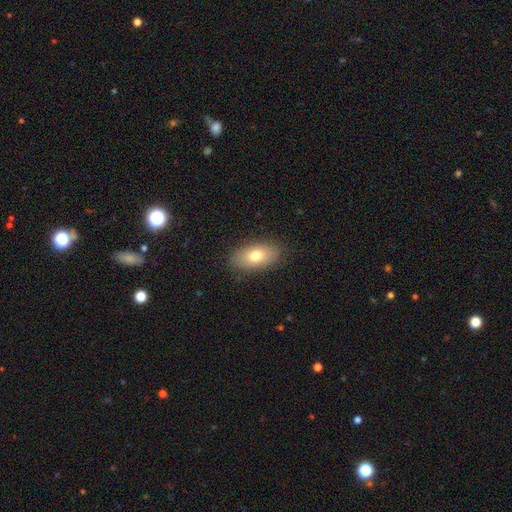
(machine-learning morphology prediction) smooth-or-featured: smooth: 73% | featured or disk: 19% | star or artifact: 8%
  how-rounded: in between: 90% | round: 6% | cigar-shaped: 4%
  merging: none: 86% | minor disturbance: 11% | major disturbance: 3% | merger: 1%